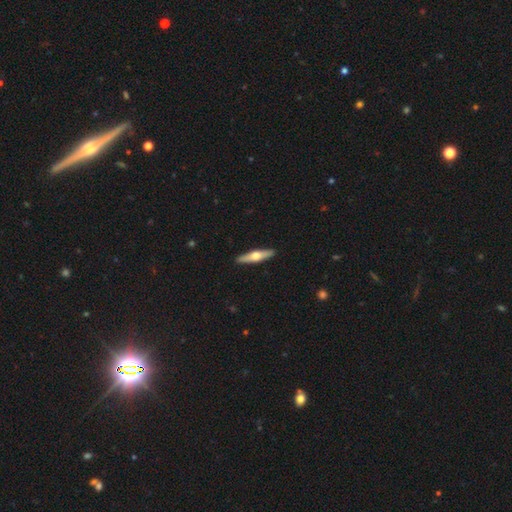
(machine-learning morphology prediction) Smooth or featured? featured or disk (56%)
Edge-on disk? yes (94%)
Edge-on bulge? rounded (94%)
Merging? none (92%)